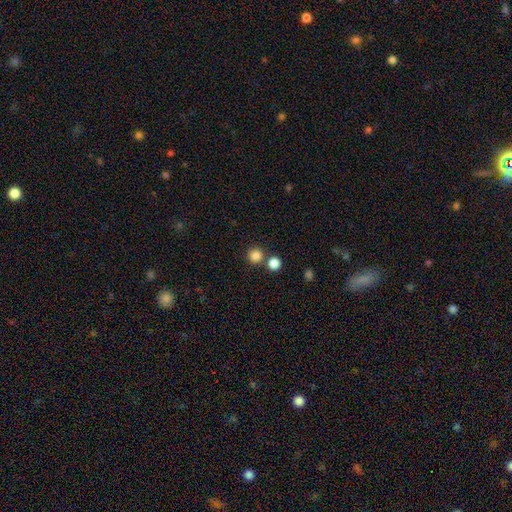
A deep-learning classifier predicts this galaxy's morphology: smooth_or_featured: smooth (p=0.84) [alt: star or artifact p=0.12]
how_rounded: round (p=0.94) [alt: in between p=0.05]
merging: none (p=0.75) [alt: merger p=0.16]